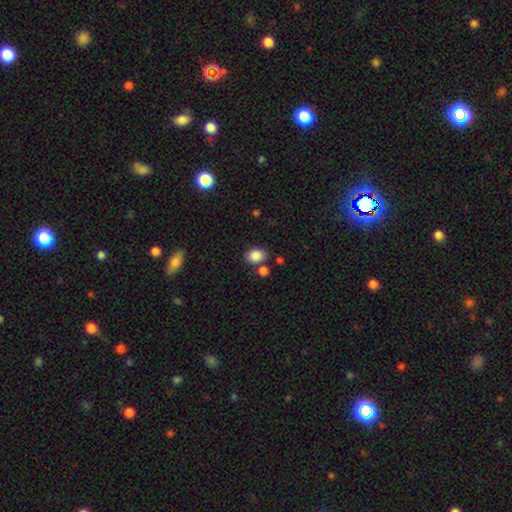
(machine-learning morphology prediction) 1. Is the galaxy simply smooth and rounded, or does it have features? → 87% smooth, 9% star or artifact, 4% featured or disk.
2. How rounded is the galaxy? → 64% in between, 35% round, 1% cigar-shaped.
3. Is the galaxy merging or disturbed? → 70% none, 14% merger, 12% minor disturbance, 4% major disturbance.